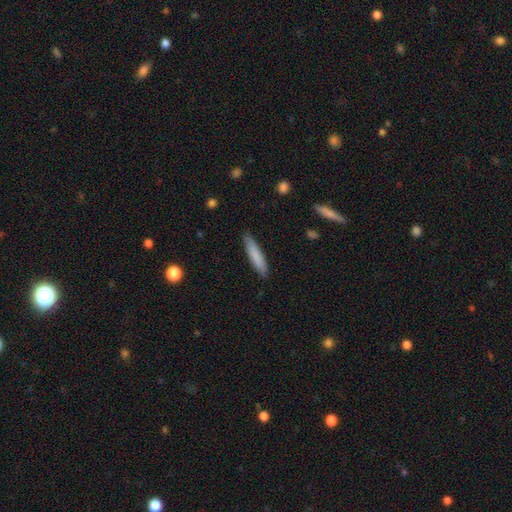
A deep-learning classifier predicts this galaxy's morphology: smooth-or-featured: smooth: 83% | featured or disk: 12% | star or artifact: 6%
  how-rounded: cigar-shaped: 85% | in between: 14% | round: 1%
  merging: none: 88% | minor disturbance: 9% | major disturbance: 2% | merger: 1%